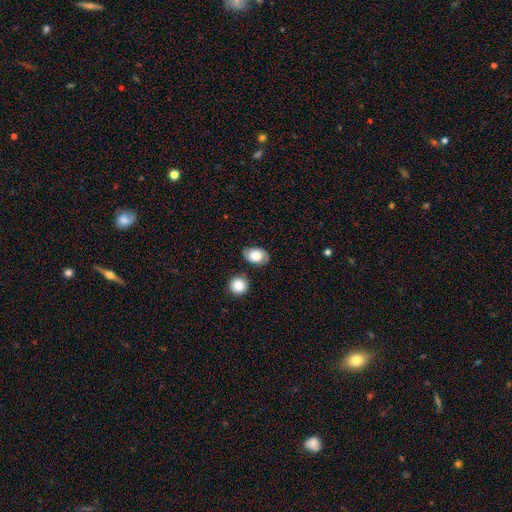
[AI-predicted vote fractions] Smooth or featured?
  - smooth: 74% *
  - featured or disk: 18%
  - star or artifact: 8%
How rounded?
  - in between: 77% *
  - round: 22%
  - cigar-shaped: 1%
Merging?
  - none: 75% *
  - minor disturbance: 16%
  - merger: 5%
  - major disturbance: 4%